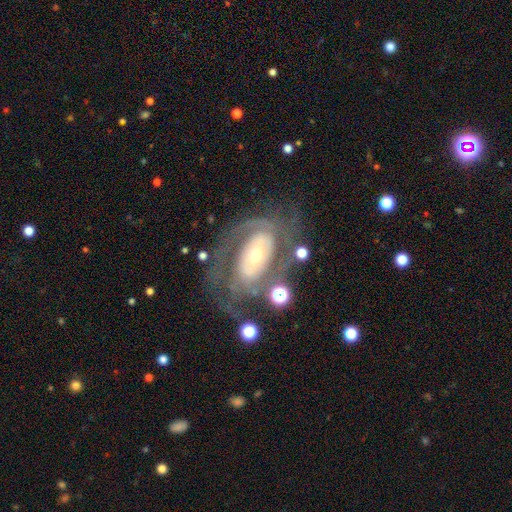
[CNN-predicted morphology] Smooth or featured? featured or disk (82%)
Edge-on disk? no (95%)
Bar? no (54%)
Spiral arms? yes (83%)
Spiral winding? tight (55%)
Spiral arm count? 2 (47%)
Bulge size? small (56%)
Merging? none (59%)